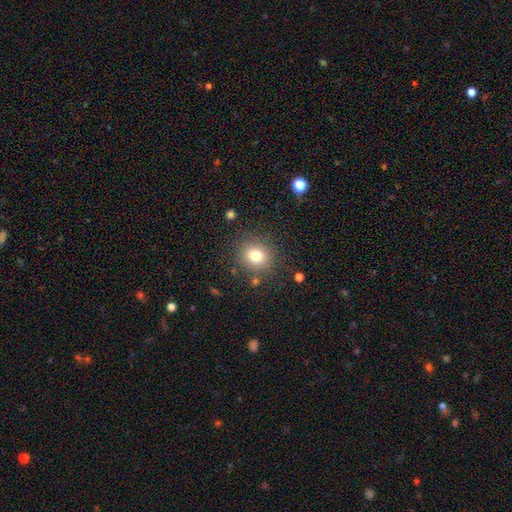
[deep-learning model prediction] Smooth or featured? smooth (79%)
How rounded? round (84%)
Merging? none (85%)